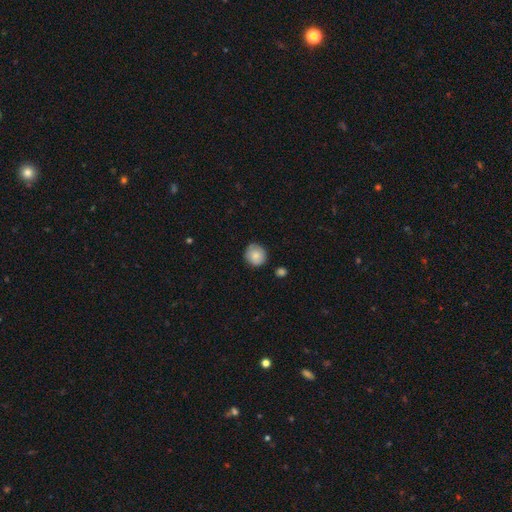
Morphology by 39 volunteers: smooth_or_featured: smooth (p=0.92) [alt: star or artifact p=0.05]
how_rounded: round (p=0.94) [alt: in between p=0.06]
merging: none (p=0.76) [alt: minor disturbance p=0.19]